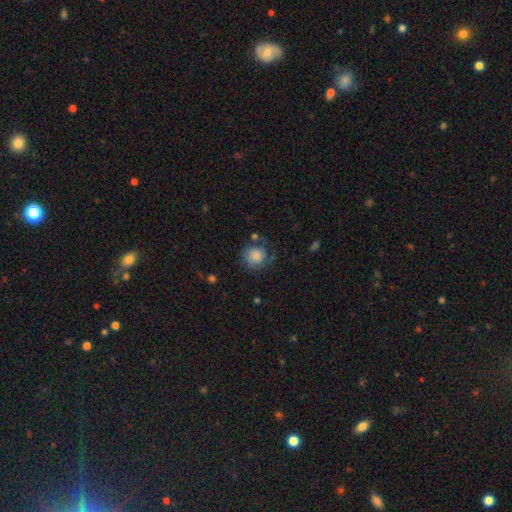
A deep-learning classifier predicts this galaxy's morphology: Smooth or featured: smooth — 76% (featured or disk — 16%)
How rounded: round — 86% (in between — 13%)
Merging: none — 60% (minor disturbance — 22%)